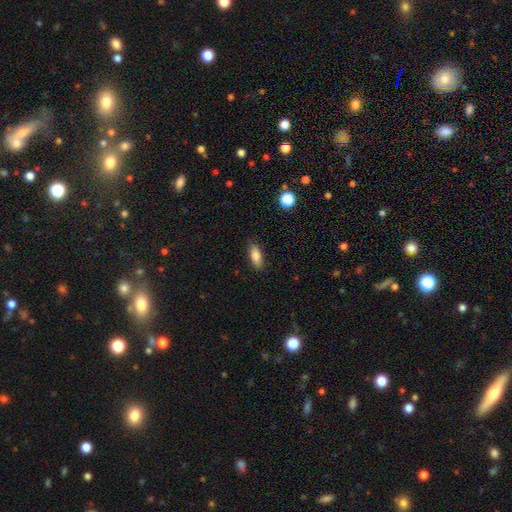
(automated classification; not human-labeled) Smooth or featured?
  - smooth: 86% *
  - star or artifact: 8%
  - featured or disk: 7%
How rounded?
  - in between: 76% *
  - cigar-shaped: 21%
  - round: 3%
Merging?
  - none: 87% *
  - minor disturbance: 10%
  - major disturbance: 2%
  - merger: 1%